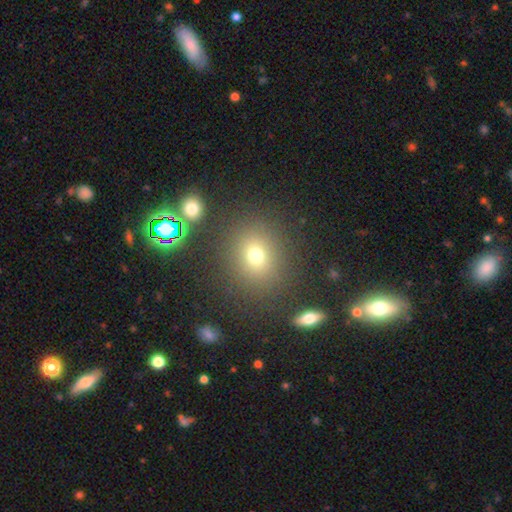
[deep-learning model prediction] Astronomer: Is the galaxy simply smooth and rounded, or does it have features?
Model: smooth — 72%.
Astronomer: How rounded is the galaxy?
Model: round — 76%.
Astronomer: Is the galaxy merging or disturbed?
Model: none — 84%.